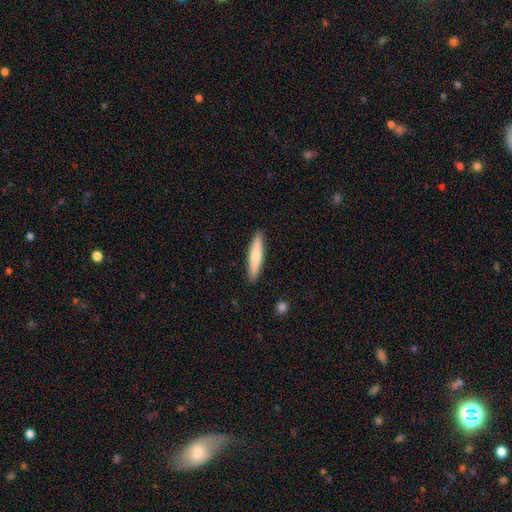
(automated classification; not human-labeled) smooth 71%, featured or disk 24%, star or artifact 5%. Down the decision tree: how rounded — cigar-shaped (88%); merging — none (91%).